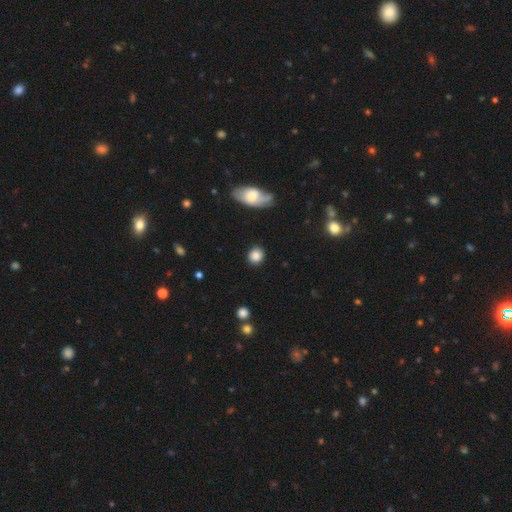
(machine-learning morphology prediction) smooth 85%, star or artifact 9%, featured or disk 6%. Down the decision tree: how rounded — round (83%); merging — none (84%).